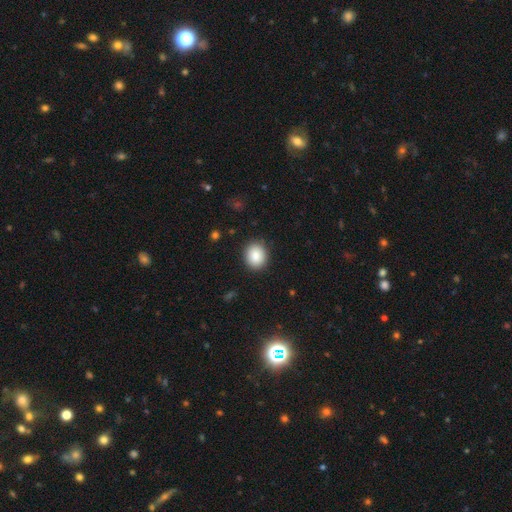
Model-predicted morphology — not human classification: Smooth or featured?
  - smooth: 87% *
  - star or artifact: 8%
  - featured or disk: 5%
How rounded?
  - round: 68% *
  - in between: 31%
  - cigar-shaped: 1%
Merging?
  - none: 89% *
  - minor disturbance: 7%
  - major disturbance: 2%
  - merger: 1%